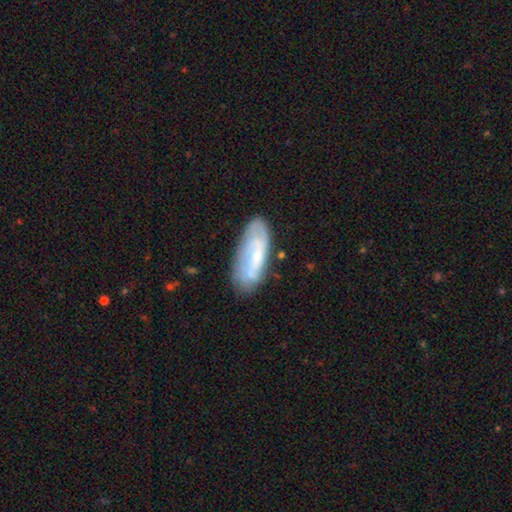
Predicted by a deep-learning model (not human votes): This appears to be a featured or disk galaxy (55%). Merging: none (69%).